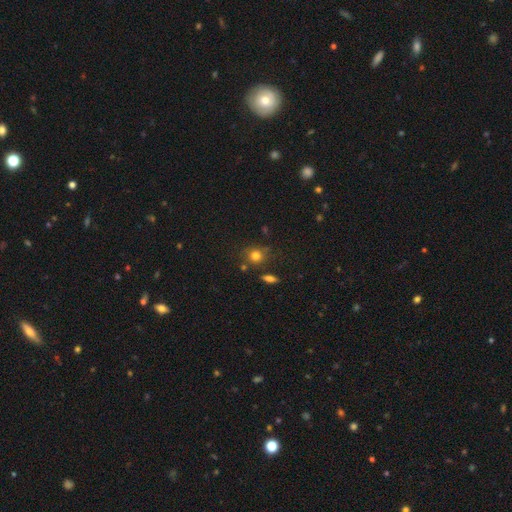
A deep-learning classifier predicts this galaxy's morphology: A smooth galaxy with no disk features (77%) that is round (79%).

Vote fractions:
- Smooth or featured? smooth: 77% / star or artifact: 13% / featured or disk: 9%
- How rounded? round: 79% / in between: 19% / cigar-shaped: 1%
- Merging? none: 73% / minor disturbance: 15% / merger: 8% / major disturbance: 4%